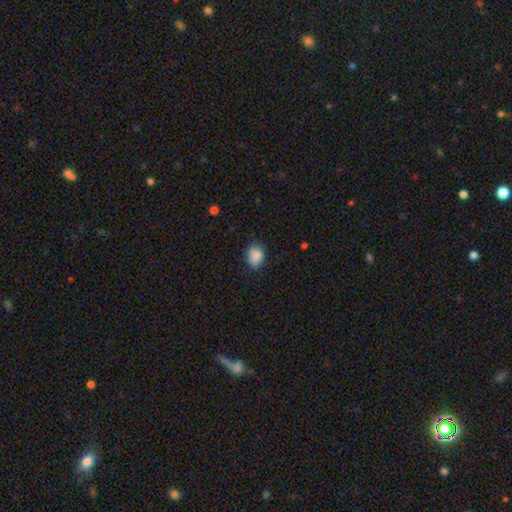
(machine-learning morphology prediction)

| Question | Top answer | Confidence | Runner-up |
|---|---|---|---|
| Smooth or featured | smooth | 85% | star or artifact (9%) |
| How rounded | in between | 59% | round (40%) |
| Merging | none | 64% | minor disturbance (29%) |